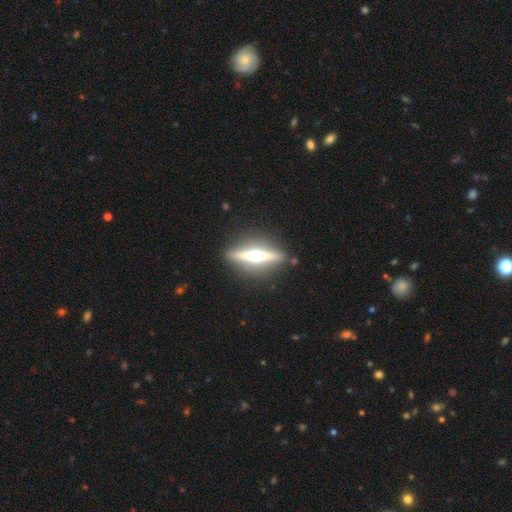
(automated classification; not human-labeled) This appears to be a featured or disk galaxy (78%) viewed edge-on (96%) with a rounded central bulge (96%). Merging: none (89%).